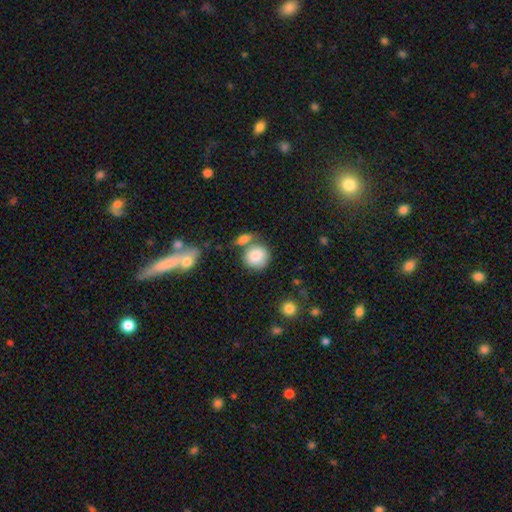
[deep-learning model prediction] A smooth galaxy with no disk features (84%) that is round (83%).

Vote fractions:
- Smooth or featured? smooth: 84% / featured or disk: 8% / star or artifact: 8%
- How rounded? round: 83% / in between: 15% / cigar-shaped: 1%
- Merging? none: 54% / merger: 26% / minor disturbance: 14% / major disturbance: 6%